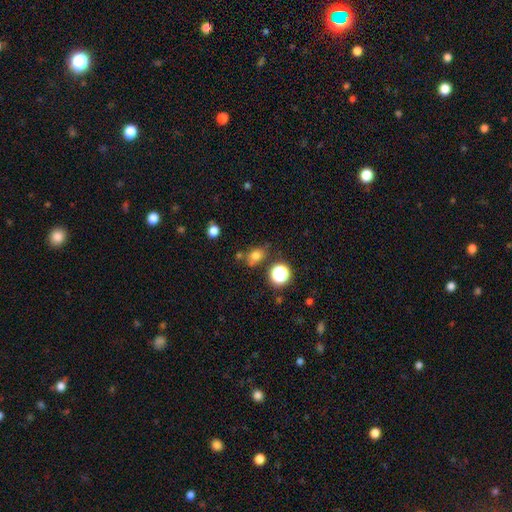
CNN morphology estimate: This appears to be a smooth galaxy with no disk features (74%) that is in between round and cigar-shaped (51%). Merging: none (65%).